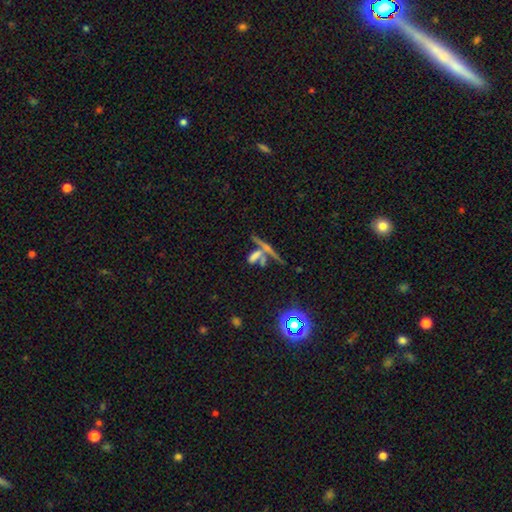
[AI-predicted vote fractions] Smooth or featured? smooth (53%)
How rounded? cigar-shaped (54%)
Merging? merger (41%, tied with none)